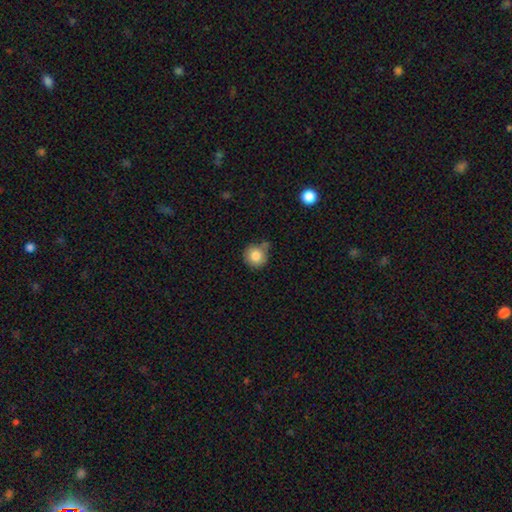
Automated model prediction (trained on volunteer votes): smooth-or-featured: smooth: 83% | star or artifact: 9% | featured or disk: 8%
  how-rounded: round: 92% | in between: 7% | cigar-shaped: 1%
  merging: none: 64% | minor disturbance: 22% | merger: 10% | major disturbance: 5%